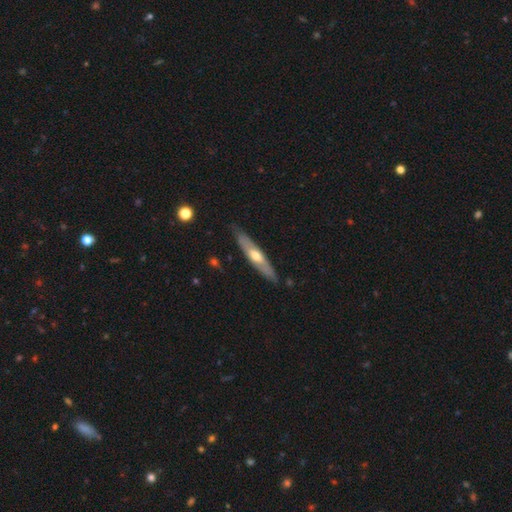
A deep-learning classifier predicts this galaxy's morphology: Smooth or featured? Predicted: featured or disk (p=0.57). Edge-on disk? Predicted: yes (p=0.73). Merging? Predicted: none (p=0.83).